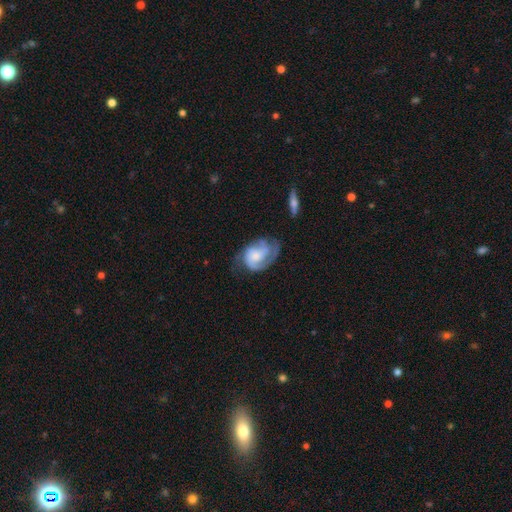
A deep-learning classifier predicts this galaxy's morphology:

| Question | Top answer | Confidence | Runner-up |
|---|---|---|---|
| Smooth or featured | featured or disk | 72% | smooth (22%) |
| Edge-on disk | no | 97% | yes (3%) |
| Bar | no | 67% | weak (27%) |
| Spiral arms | yes | 91% | no (9%) |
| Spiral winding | medium | 42% | tight (40%) |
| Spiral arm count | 2 | 42% | 1 (25%) |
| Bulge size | small | 34% | moderate (33%) |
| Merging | none | 47% | minor disturbance (26%) |